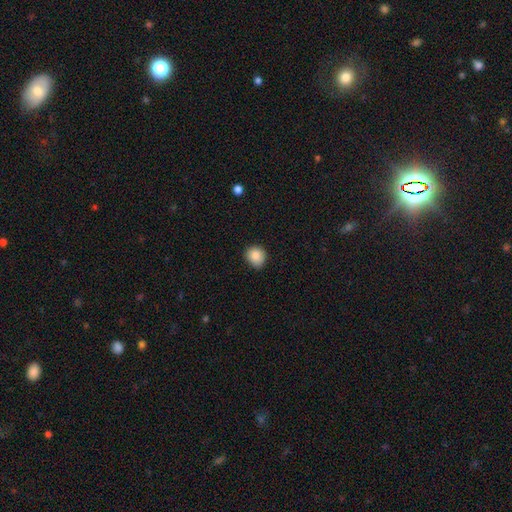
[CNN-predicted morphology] type=smooth (87%); roundness=round (80%); merging=none (82%).